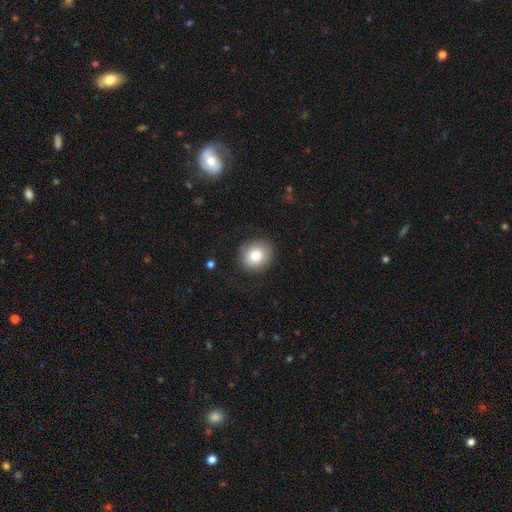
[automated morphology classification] smooth-or-featured: smooth: 81% | featured or disk: 10% | star or artifact: 9%
  how-rounded: round: 79% | in between: 21% | cigar-shaped: 1%
  merging: none: 85% | minor disturbance: 11% | major disturbance: 3% | merger: 1%